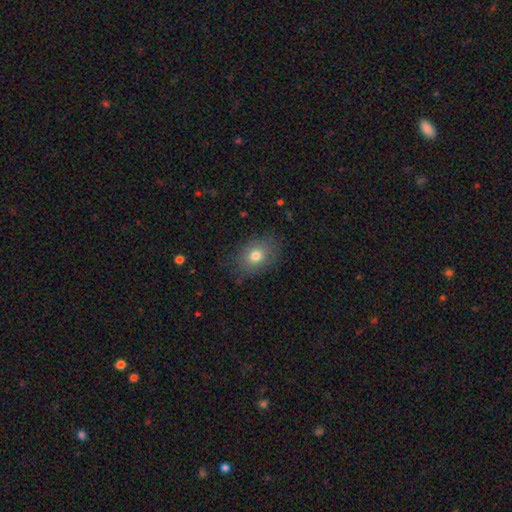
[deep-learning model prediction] A smooth galaxy with no disk features (76%) that is in between round and cigar-shaped (66%). Merging: none (80%).